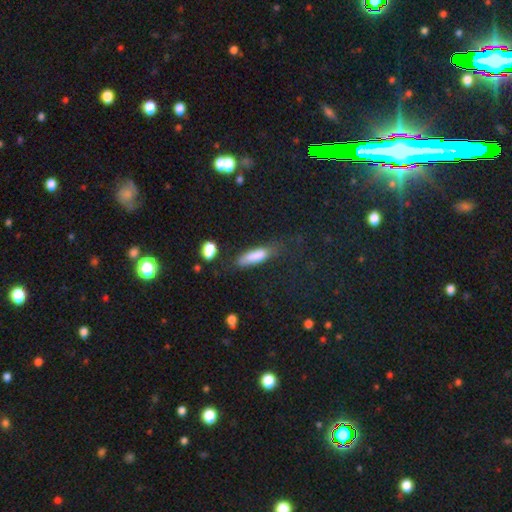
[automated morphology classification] smooth_or_featured: smooth (p=0.80) [alt: featured or disk p=0.13]
how_rounded: cigar-shaped (p=0.58) [alt: in between p=0.39]
merging: none (p=0.51) [alt: minor disturbance p=0.29]